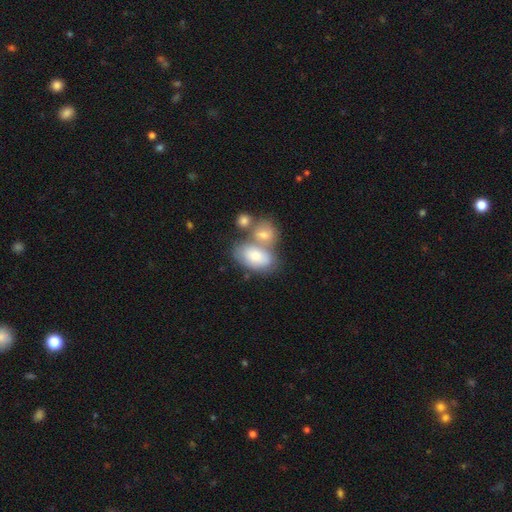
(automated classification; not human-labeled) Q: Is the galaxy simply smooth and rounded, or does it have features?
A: smooth — 73%.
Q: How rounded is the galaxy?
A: in between — 91%.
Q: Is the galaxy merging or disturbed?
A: merger — 47%.